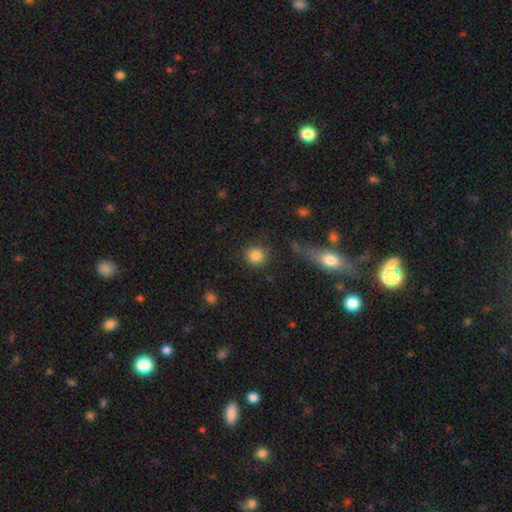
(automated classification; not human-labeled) Smooth or featured? Predicted: smooth (p=0.85). How rounded? Predicted: round (p=0.90). Merging? Predicted: none (p=0.83).